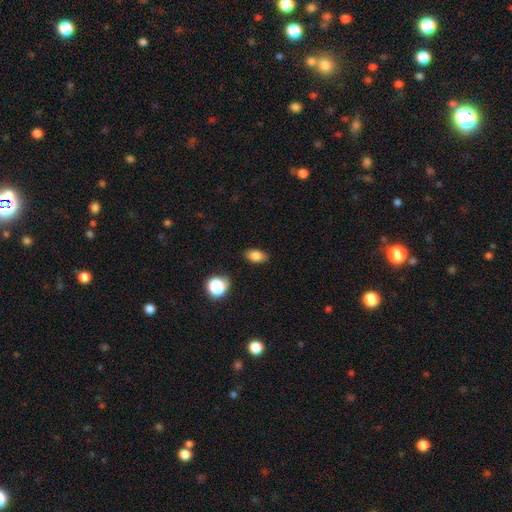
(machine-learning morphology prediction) This is clearly a smooth galaxy (82%). How rounded: clearly in between (86%). Merging: clearly none (87%).